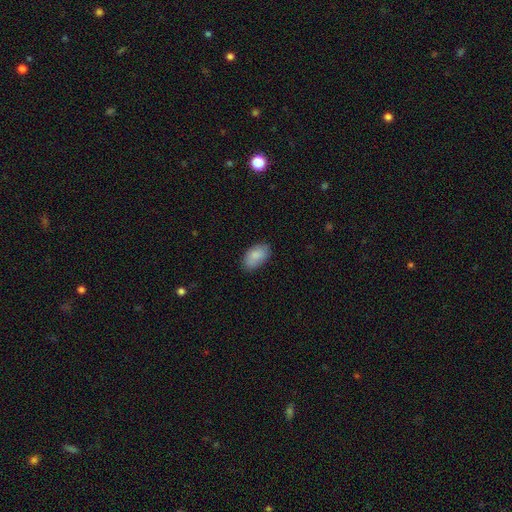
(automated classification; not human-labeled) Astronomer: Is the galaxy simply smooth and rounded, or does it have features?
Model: smooth — 86%.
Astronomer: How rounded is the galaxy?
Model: in between — 94%.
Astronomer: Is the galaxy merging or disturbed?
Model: none — 80%.